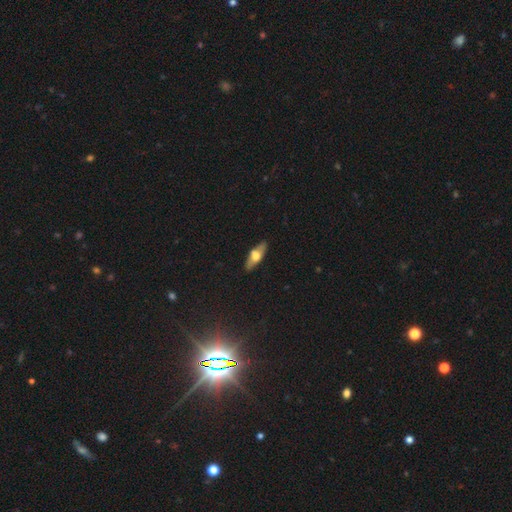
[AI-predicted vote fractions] Smooth or featured? featured or disk (48%)
Merging? none (86%)